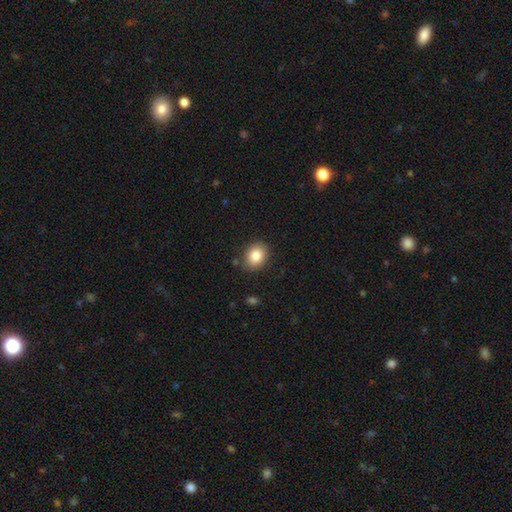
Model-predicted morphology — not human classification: Smooth or featured: smooth — 85% (star or artifact — 9%)
How rounded: round — 53% (in between — 46%)
Merging: none — 85% (minor disturbance — 10%)